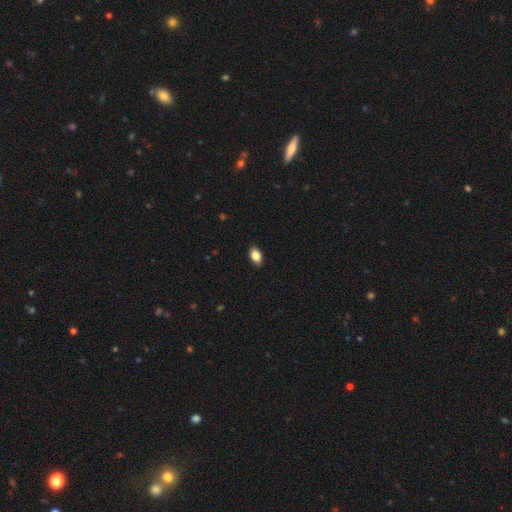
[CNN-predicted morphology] Q: Smooth or featured?
A: smooth (85%); runner-up: star or artifact (8%)
Q: How rounded?
A: in between (89%); runner-up: round (9%)
Q: Merging?
A: none (88%); runner-up: minor disturbance (9%)